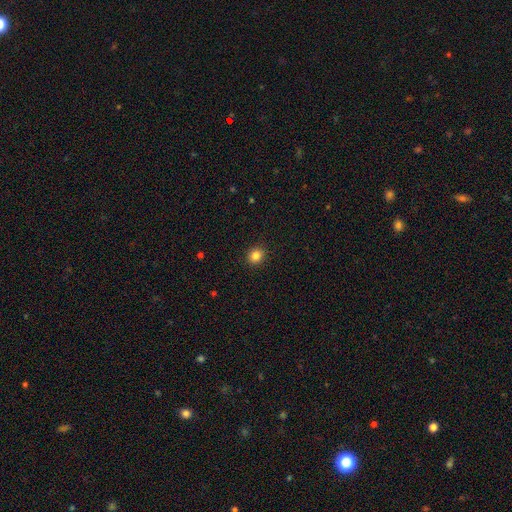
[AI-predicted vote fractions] A smooth galaxy with no disk features (84%) that is round (81%). Merging: none (92%).